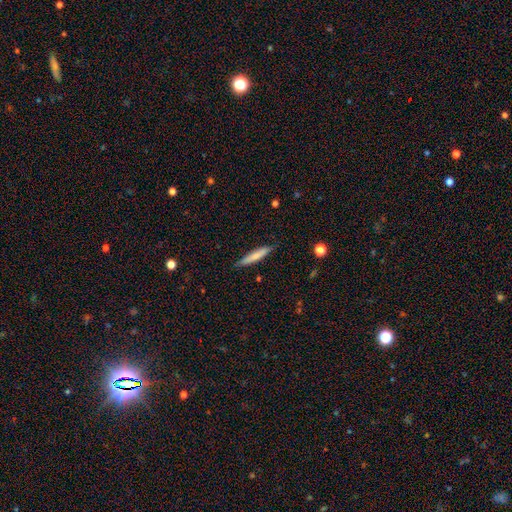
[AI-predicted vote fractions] smooth 74%, featured or disk 21%, star or artifact 6%. Down the decision tree: how rounded — cigar-shaped (91%); merging — none (85%).